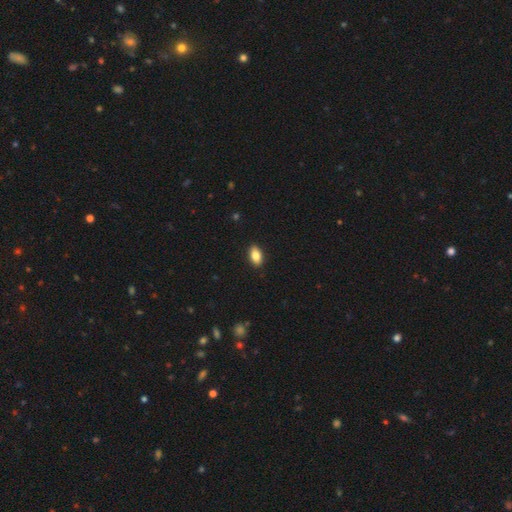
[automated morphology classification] smooth-or-featured: smooth: 83% | featured or disk: 10% | star or artifact: 7%
  how-rounded: in between: 91% | round: 5% | cigar-shaped: 4%
  merging: none: 90% | minor disturbance: 7% | major disturbance: 2% | merger: 1%